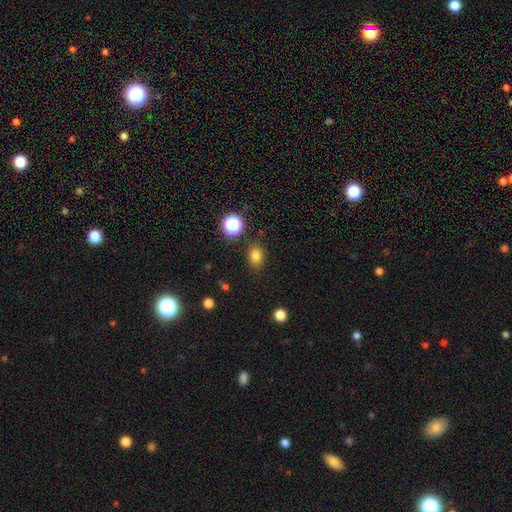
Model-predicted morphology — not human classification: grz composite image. It shows a smooth galaxy with no disk features (81%) that is in between round and cigar-shaped (66%). Merging: none (83%).